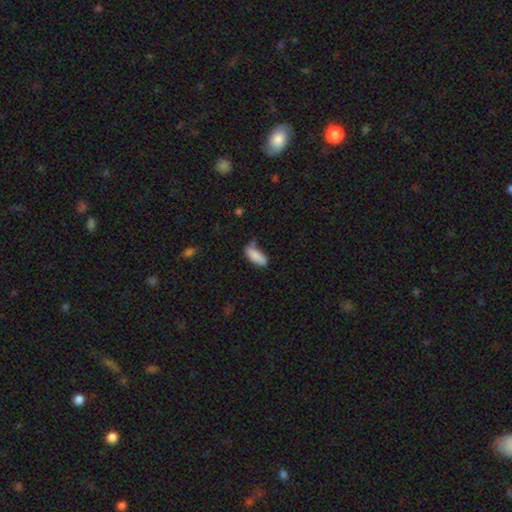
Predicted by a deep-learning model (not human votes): Smooth or featured? smooth (86%)
How rounded? in between (75%)
Merging? none (54%)